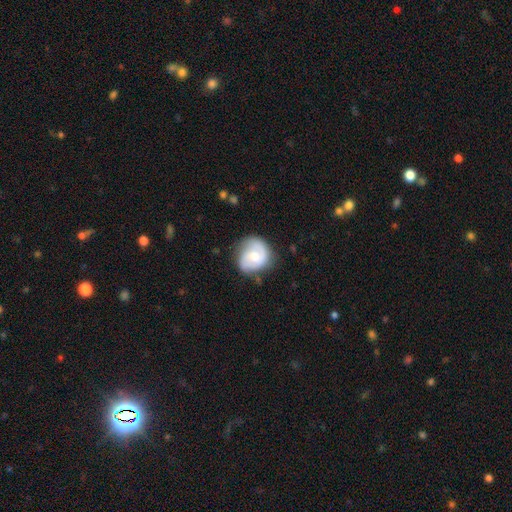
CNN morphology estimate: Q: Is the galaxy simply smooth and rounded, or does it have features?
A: featured or disk — 51%.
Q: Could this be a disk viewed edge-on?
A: no — 97%.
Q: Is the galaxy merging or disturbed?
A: none — 62%.